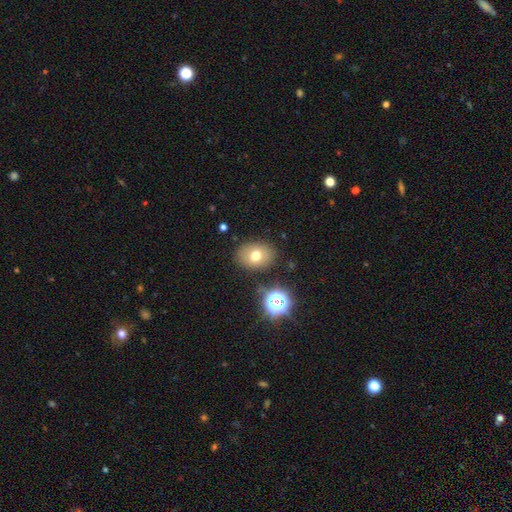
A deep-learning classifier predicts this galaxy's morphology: Q: Smooth or featured?
A: smooth (71%); runner-up: featured or disk (14%)
Q: How rounded?
A: in between (58%); runner-up: round (41%)
Q: Merging?
A: none (83%); runner-up: minor disturbance (11%)